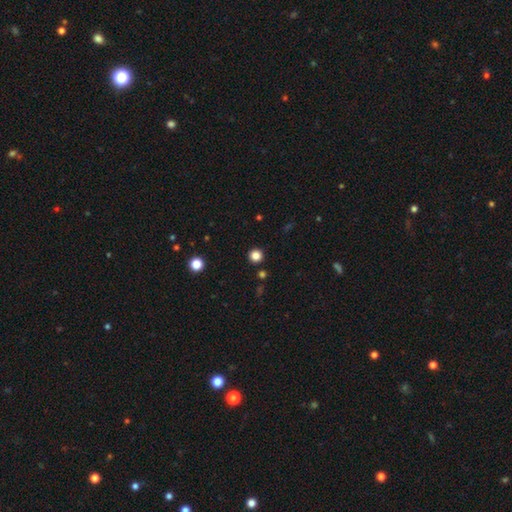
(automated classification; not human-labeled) A smooth galaxy with no disk features (83%) that is round (95%).

Vote fractions:
- Smooth or featured? smooth: 83% / star or artifact: 13% / featured or disk: 4%
- How rounded? round: 95% / in between: 4% / cigar-shaped: 1%
- Merging? none: 92% / minor disturbance: 4% / merger: 2% / major disturbance: 2%